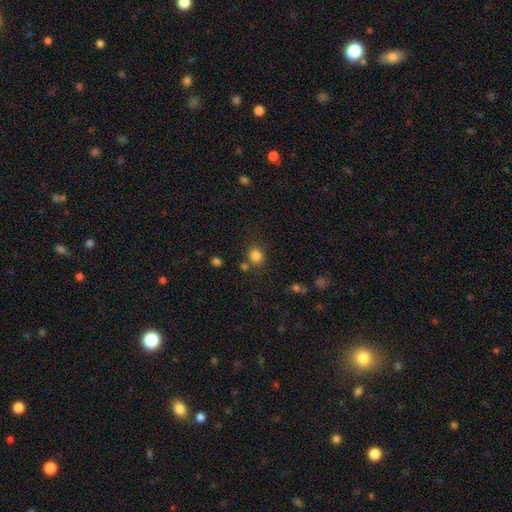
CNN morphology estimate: Q: Smooth or featured?
A: smooth (83%); runner-up: star or artifact (12%)
Q: How rounded?
A: round (77%); runner-up: in between (23%)
Q: Merging?
A: none (74%); runner-up: minor disturbance (11%)